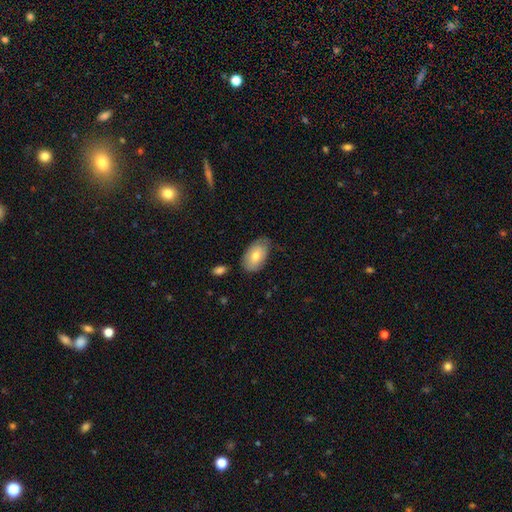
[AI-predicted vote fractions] smooth-or-featured: smooth: 73% | featured or disk: 21% | star or artifact: 7%
  how-rounded: in between: 93% | round: 6% | cigar-shaped: 1%
  merging: none: 67% | minor disturbance: 26% | major disturbance: 5% | merger: 2%